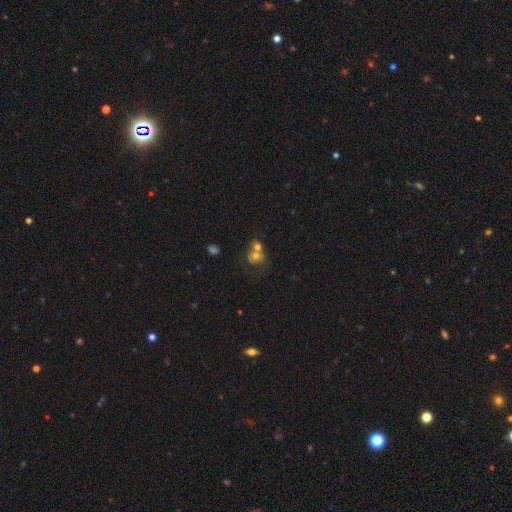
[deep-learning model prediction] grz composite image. It shows a smooth galaxy with no disk features (62%) that is round (69%). Merging: merger (58%).